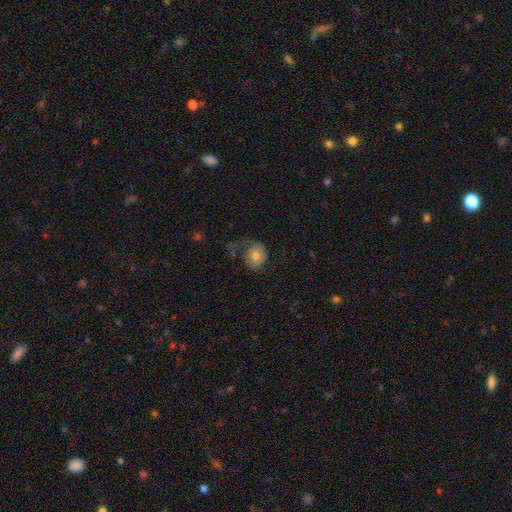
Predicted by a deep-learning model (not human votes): Smooth or featured? Predicted: smooth (p=0.59). How rounded? Predicted: round (p=0.53). Merging? Predicted: none (p=0.39).